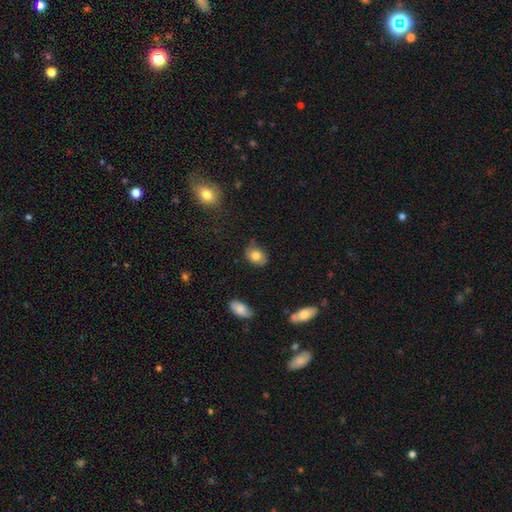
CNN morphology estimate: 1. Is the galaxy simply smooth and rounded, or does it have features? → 78% smooth, 13% featured or disk, 9% star or artifact.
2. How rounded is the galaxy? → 68% in between, 30% round, 1% cigar-shaped.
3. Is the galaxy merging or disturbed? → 74% none, 21% minor disturbance, 4% major disturbance, 2% merger.